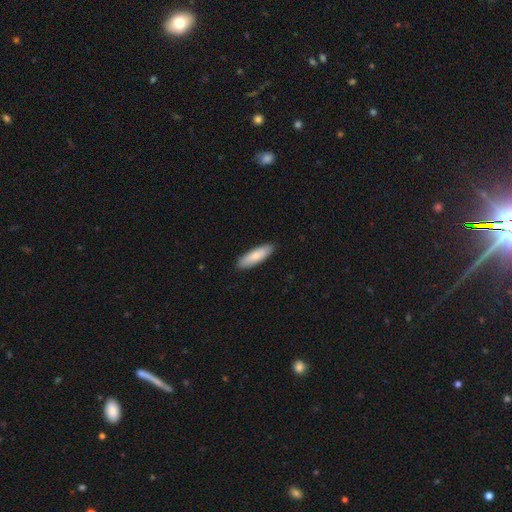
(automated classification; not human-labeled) smooth-or-featured: smooth: 81% | featured or disk: 14% | star or artifact: 5%
  how-rounded: cigar-shaped: 57% | in between: 42% | round: 2%
  merging: none: 90% | minor disturbance: 8% | major disturbance: 1% | merger: 1%